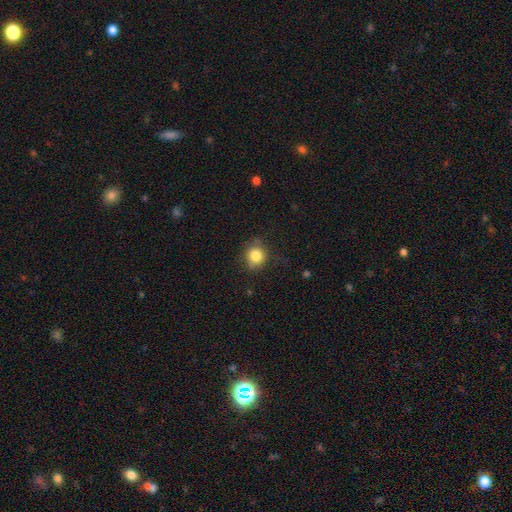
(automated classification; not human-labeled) Smooth or featured: smooth — 83% (star or artifact — 10%)
How rounded: round — 82% (in between — 17%)
Merging: none — 75% (minor disturbance — 18%)